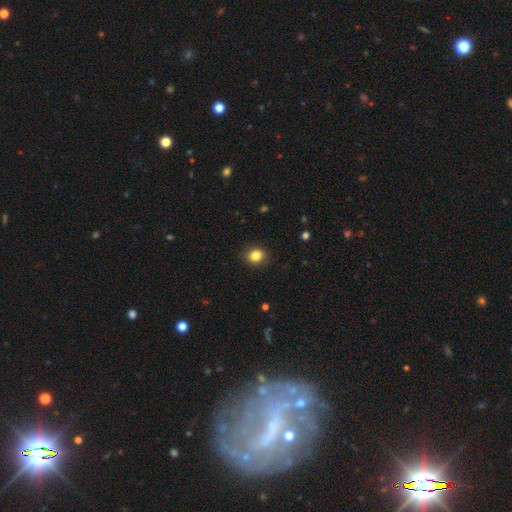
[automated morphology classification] A smooth galaxy with no disk features (84%) that is round (74%). Merging: none (89%).